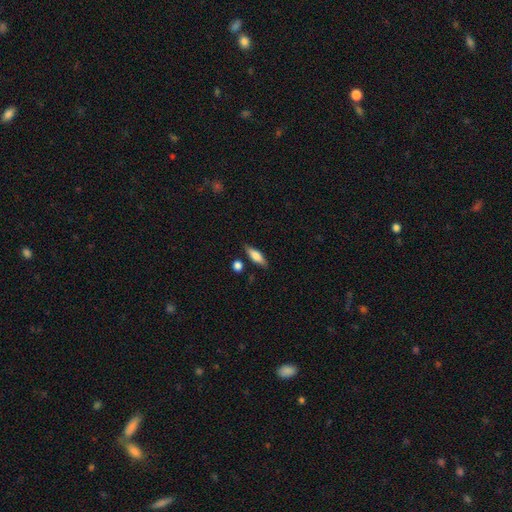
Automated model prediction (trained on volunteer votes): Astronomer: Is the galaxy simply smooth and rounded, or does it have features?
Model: smooth — 69%.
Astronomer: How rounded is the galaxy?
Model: in between — 54% (runner-up: cigar-shaped, 43%).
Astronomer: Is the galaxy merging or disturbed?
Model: none — 78%.